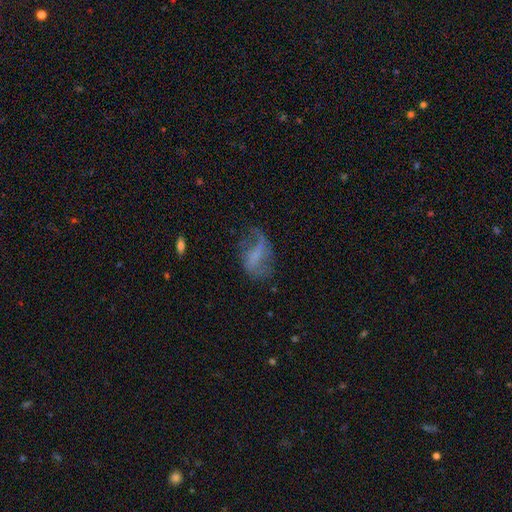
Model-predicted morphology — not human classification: The model was most divided on "bar" (2-way tie): weak: 37%, no: 37%, strong: 25%. Remaining: edge-on disk — no (95%); spiral arms — yes (66%); bulge size — none (59%); smooth or featured — featured or disk (58%); merging — none (40%).